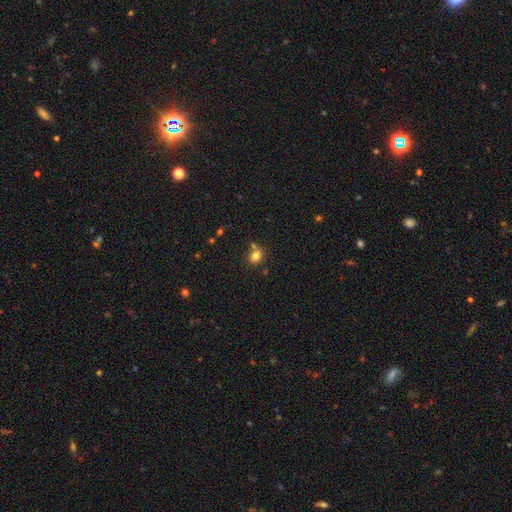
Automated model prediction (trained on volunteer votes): This is likely a smooth galaxy (79%). How rounded: possibly round (57%). Merging: possibly none (60%).